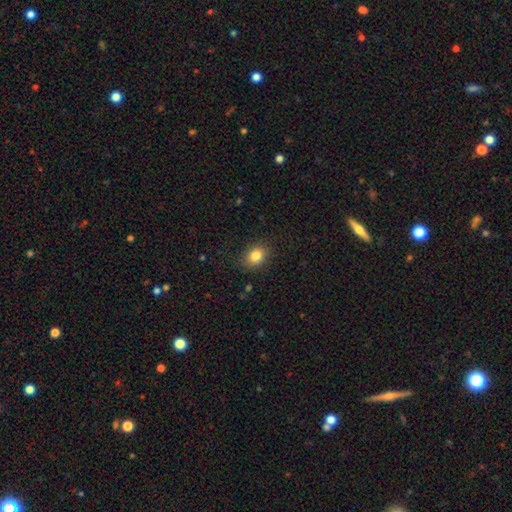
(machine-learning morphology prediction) A smooth galaxy with no disk features (83%) that is in between round and cigar-shaped (55%).

Vote fractions:
- Smooth or featured? smooth: 83% / star or artifact: 10% / featured or disk: 7%
- How rounded? in between: 55% / round: 44% / cigar-shaped: 1%
- Merging? none: 86% / minor disturbance: 10% / major disturbance: 3% / merger: 1%